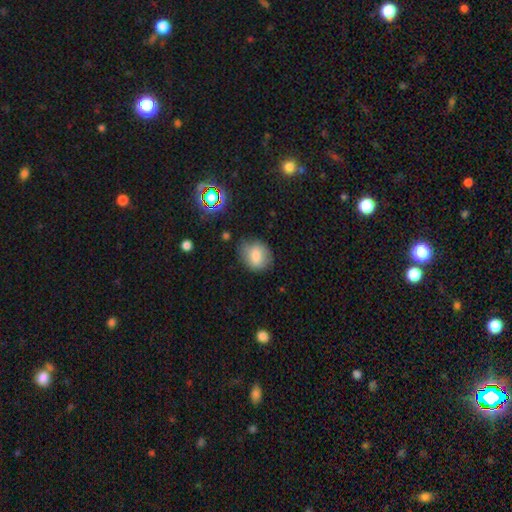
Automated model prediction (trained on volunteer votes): smooth-or-featured: smooth: 76% | featured or disk: 14% | star or artifact: 11%
  how-rounded: round: 71% | in between: 28% | cigar-shaped: 1%
  merging: none: 72% | minor disturbance: 21% | major disturbance: 5% | merger: 2%